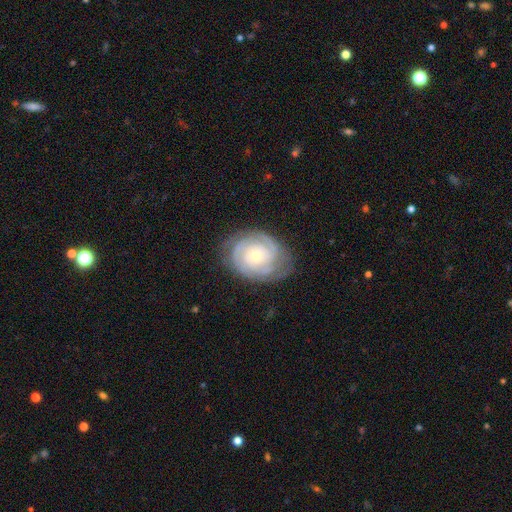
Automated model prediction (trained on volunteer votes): This is clearly a featured or disk galaxy (81%). It is clearly not viewed edge-on (97%). Bar: clearly no (81%). Spiral arm pattern: clearly yes (93%). Spiral arm count: marginally can't tell (34%). Spiral winding: likely tight (75%). Central bulge: likely small (65%). Merging: likely none (74%).